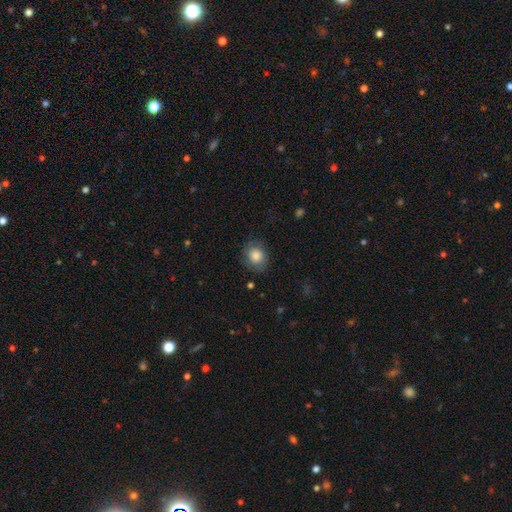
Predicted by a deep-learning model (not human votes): Smooth or featured? Predicted: smooth (p=0.79). How rounded? Predicted: round (p=0.60). Merging? Predicted: none (p=0.75).